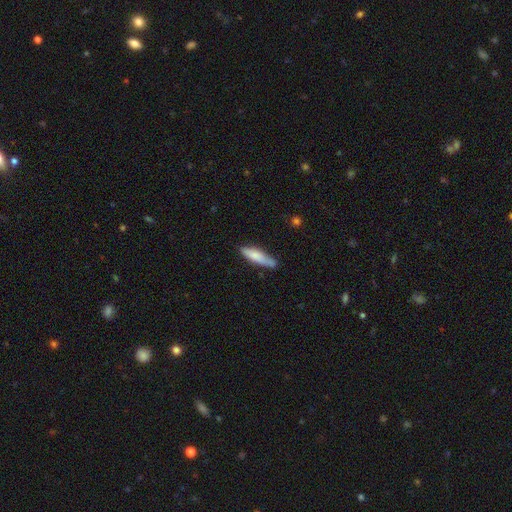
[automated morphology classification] A smooth galaxy with no disk features (75%) that is cigar-shaped (74%).

Vote fractions:
- Smooth or featured? smooth: 75% / featured or disk: 20% / star or artifact: 6%
- How rounded? cigar-shaped: 74% / in between: 25% / round: 2%
- Merging? none: 70% / minor disturbance: 23% / major disturbance: 4% / merger: 3%